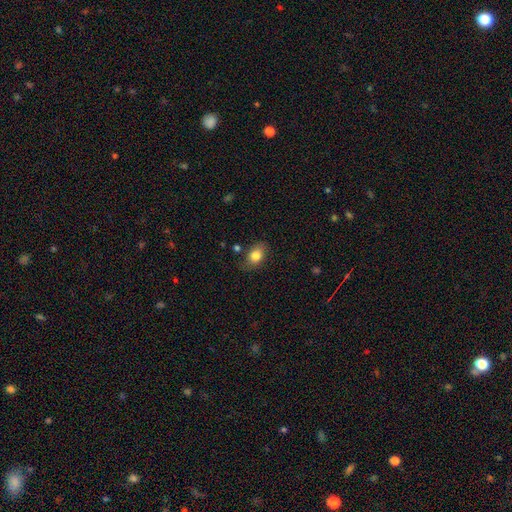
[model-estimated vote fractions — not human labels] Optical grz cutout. It shows a smooth galaxy with no disk features (81%) that is in between round and cigar-shaped (78%). Merging: none (74%).